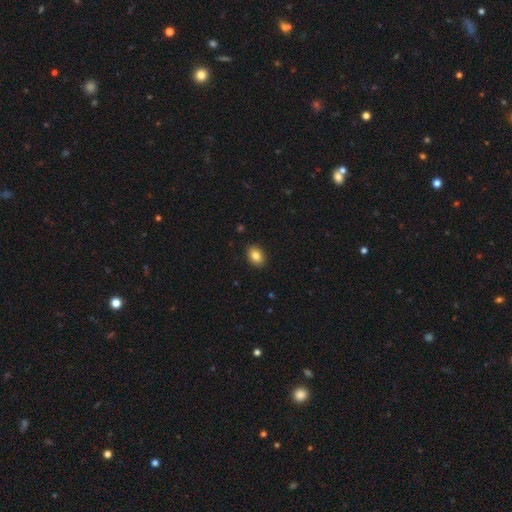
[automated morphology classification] This is clearly a smooth galaxy (84%). How rounded: likely in between (75%). Merging: clearly none (90%).